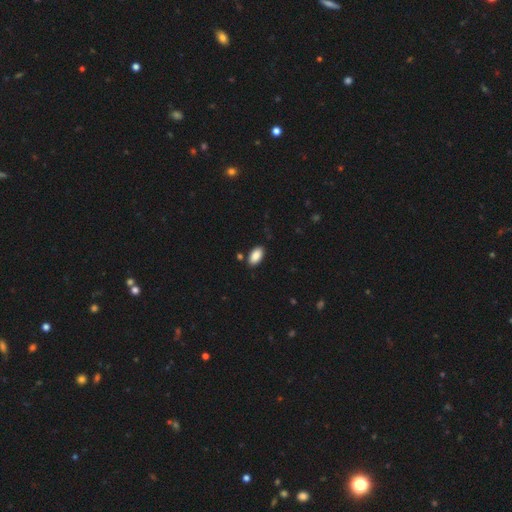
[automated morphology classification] This is clearly a smooth galaxy (89%). How rounded: clearly in between (94%). Merging: clearly none (85%).